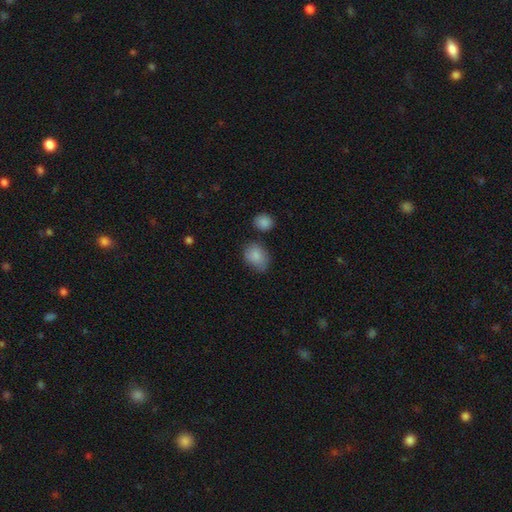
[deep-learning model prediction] The model was most divided on "merging": none: 59%, minor disturbance: 28%, major disturbance: 7%, merger: 6%. More confident: smooth or featured — smooth (85%); how rounded — in between (72%).